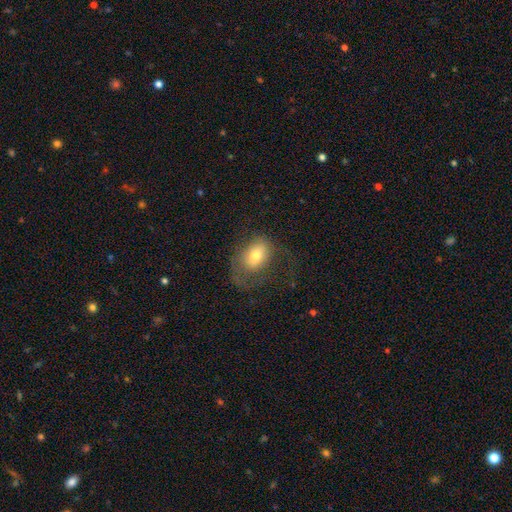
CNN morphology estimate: Smooth or featured?
  - smooth: 63% *
  - featured or disk: 28%
  - star or artifact: 9%
How rounded?
  - in between: 75% *
  - round: 24%
  - cigar-shaped: 1%
Merging?
  - none: 39% *
  - major disturbance: 38%
  - minor disturbance: 22%
  - merger: 2%